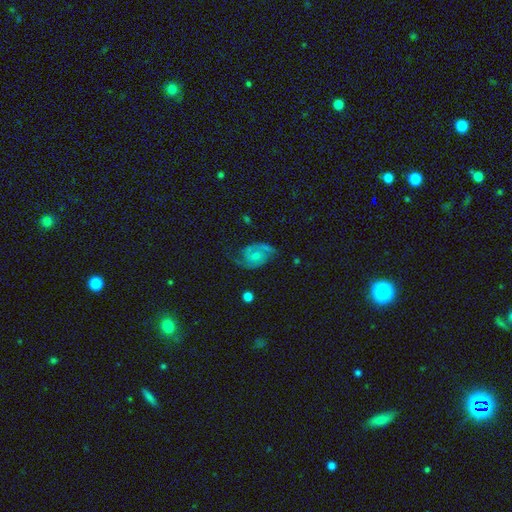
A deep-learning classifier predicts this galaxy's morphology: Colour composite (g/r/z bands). It shows a featured or disk galaxy (81%) with no bar (72%), 2 (87%) medium (51%) spiral arms (95%) and a small central bulge (55%). Merging: none (68%).